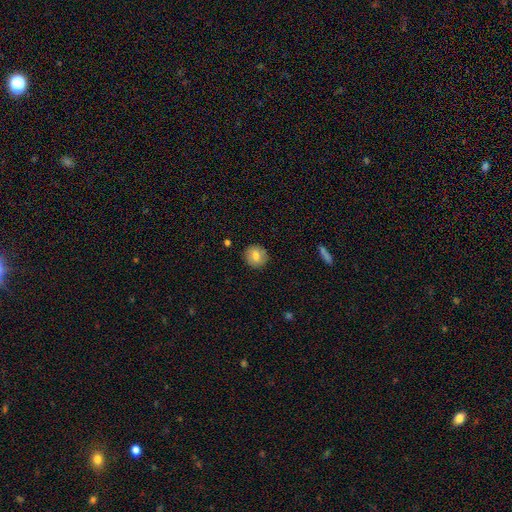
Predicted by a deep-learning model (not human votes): This appears to be a smooth galaxy with no disk features (76%) that is round (88%). Merging: none (89%).